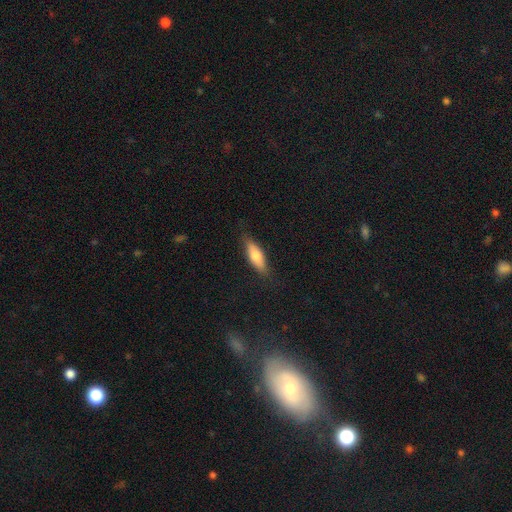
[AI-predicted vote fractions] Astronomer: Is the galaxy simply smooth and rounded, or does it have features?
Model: smooth — 68%.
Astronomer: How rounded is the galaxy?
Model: in between — 59% (runner-up: cigar-shaped, 38%).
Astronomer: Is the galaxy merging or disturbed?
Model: none — 82%.